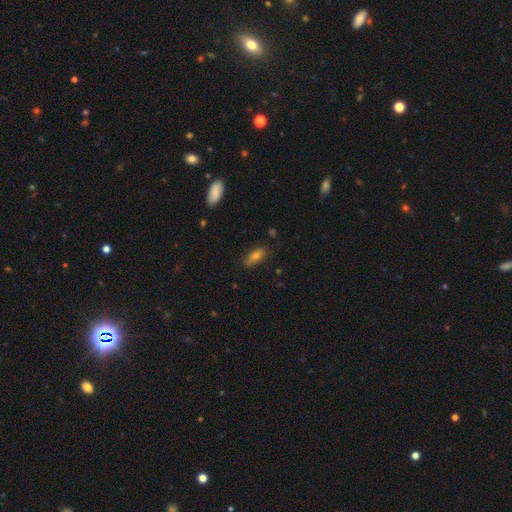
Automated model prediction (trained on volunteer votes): Smooth or featured?
  - smooth: 68% *
  - featured or disk: 20%
  - star or artifact: 12%
How rounded?
  - in between: 71% *
  - cigar-shaped: 26%
  - round: 4%
Merging?
  - none: 76% *
  - minor disturbance: 18%
  - major disturbance: 4%
  - merger: 2%